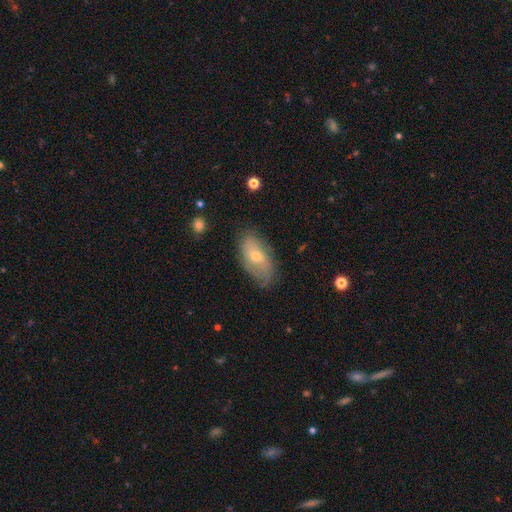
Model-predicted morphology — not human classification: Smooth or featured?
  - featured or disk: 48% *
  - smooth: 44%
  - star or artifact: 8%
Merging?
  - none: 69% *
  - minor disturbance: 22%
  - major disturbance: 7%
  - merger: 1%